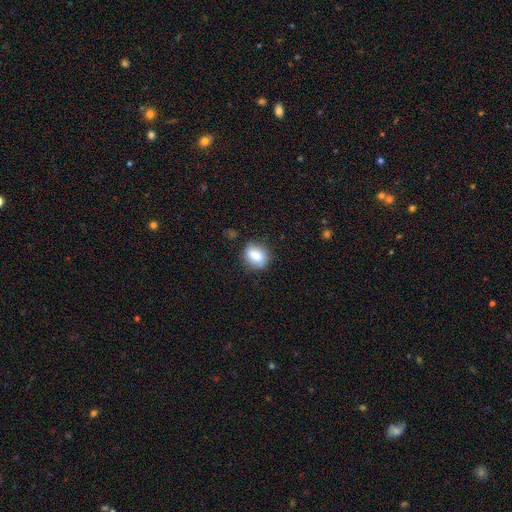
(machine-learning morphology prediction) A smooth galaxy with no disk features (81%) that is round (50%).

Vote fractions:
- Smooth or featured? smooth: 81% / featured or disk: 10% / star or artifact: 9%
- How rounded? round: 50% / in between: 48% / cigar-shaped: 2%
- Merging? none: 80% / minor disturbance: 15% / major disturbance: 4% / merger: 2%